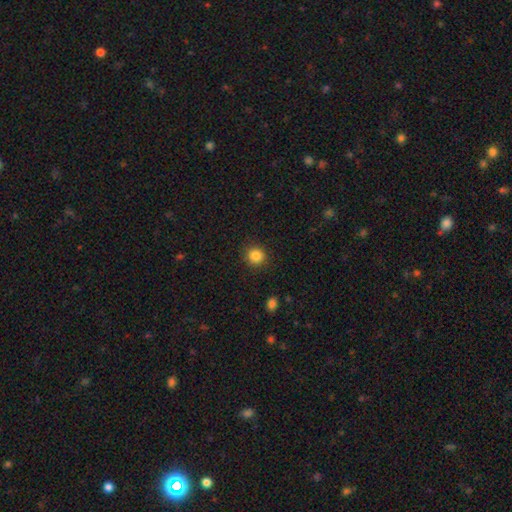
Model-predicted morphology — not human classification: Smooth or featured?
  - smooth: 85% *
  - star or artifact: 11%
  - featured or disk: 5%
How rounded?
  - round: 90% *
  - in between: 9%
  - cigar-shaped: 1%
Merging?
  - none: 91% *
  - minor disturbance: 6%
  - major disturbance: 2%
  - merger: 1%